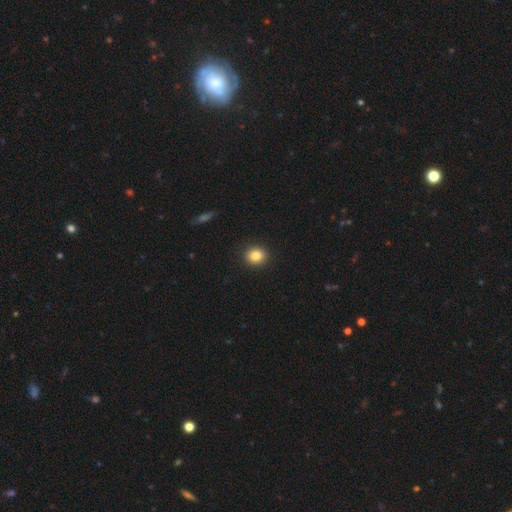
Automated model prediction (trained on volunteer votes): Morphology: type=smooth (84%); roundness=round (80%); merging=none (92%).